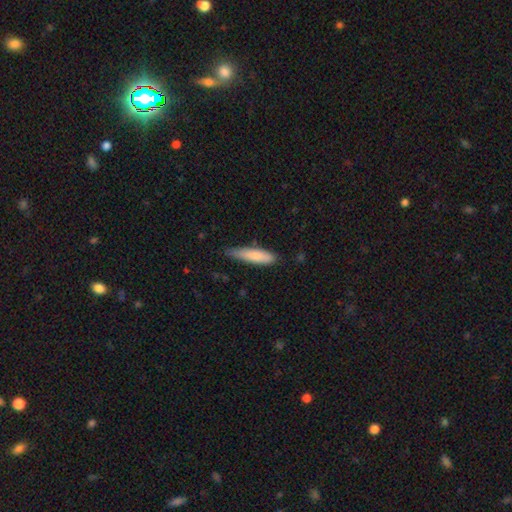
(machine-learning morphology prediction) smooth 81%, featured or disk 14%, star or artifact 6%. Down the decision tree: how rounded — cigar-shaped (77%); merging — none (65%).